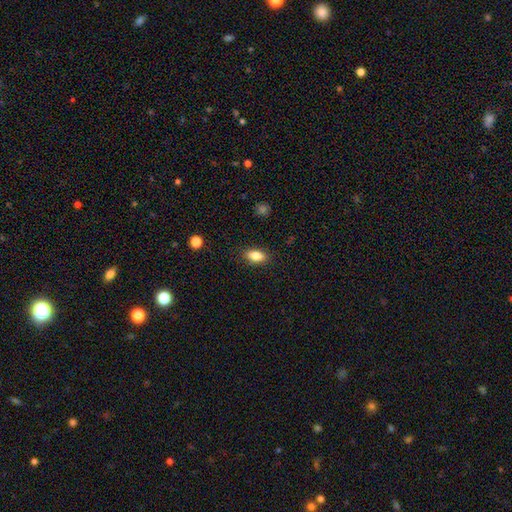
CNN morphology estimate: This appears to be a smooth galaxy with no disk features (80%) that is in between round and cigar-shaped (85%). Merging: none (87%).